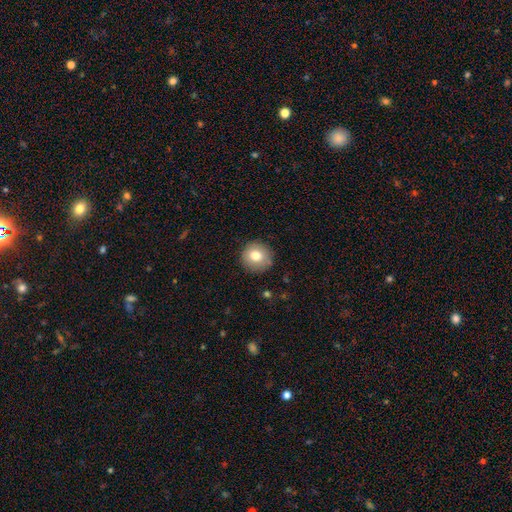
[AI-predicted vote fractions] A smooth galaxy with no disk features (79%) that is round (93%). Merging: none (88%).